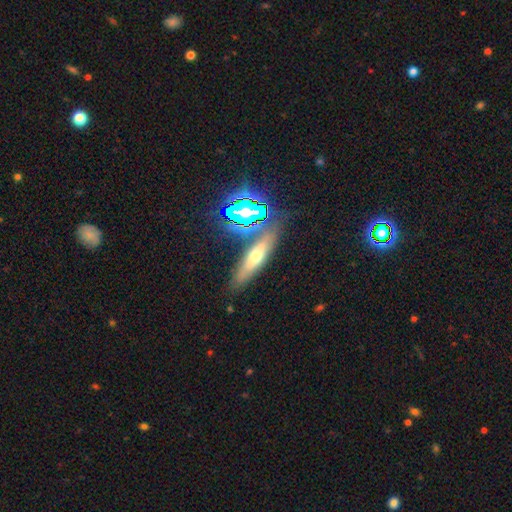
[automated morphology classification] smooth 42%, featured or disk 39%, star or artifact 20%. Down the decision tree: merging — none (78%).